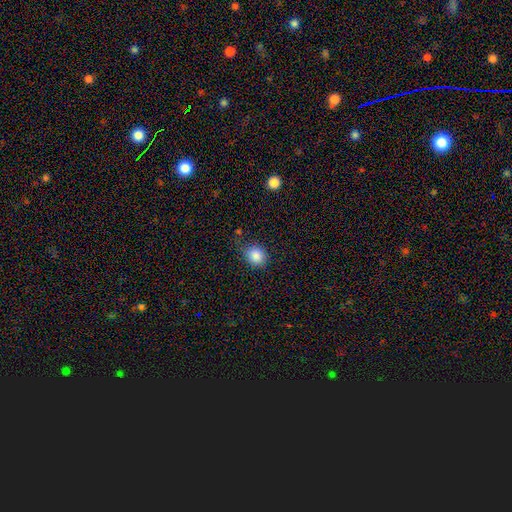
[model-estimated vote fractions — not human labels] Smooth or featured: smooth — 86% (star or artifact — 10%)
How rounded: round — 74% (in between — 25%)
Merging: none — 74% (minor disturbance — 19%)